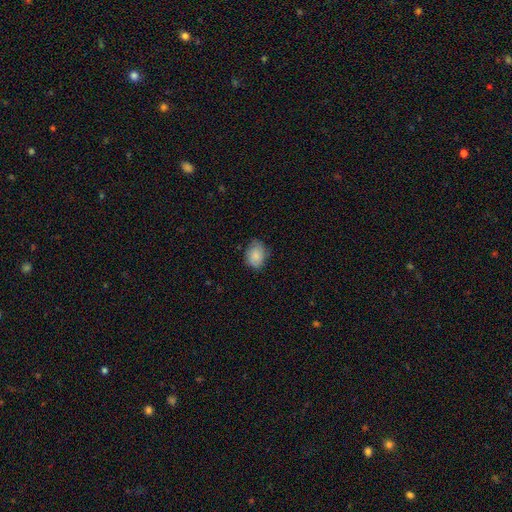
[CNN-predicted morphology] Smooth or featured: smooth — 84% (featured or disk — 9%)
How rounded: in between — 66% (round — 33%)
Merging: none — 69% (minor disturbance — 26%)